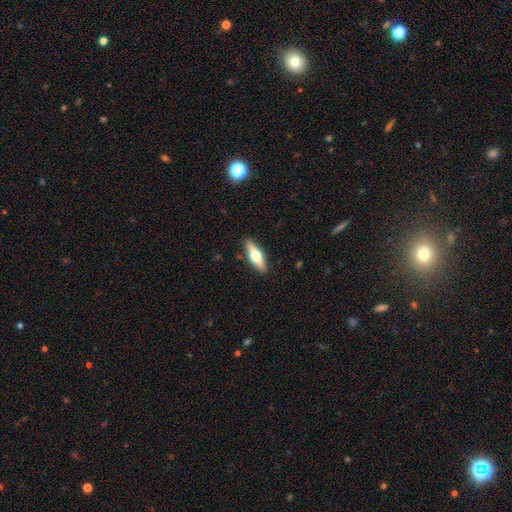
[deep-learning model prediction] smooth-or-featured: featured or disk: 54% | smooth: 40% | star or artifact: 6%
  disk-edge-on: yes: 93% | no: 7%
    edge-on-bulge: rounded: 95% | boxy: 3% | none: 2%
  merging: none: 89% | minor disturbance: 8% | major disturbance: 2% | merger: 1%